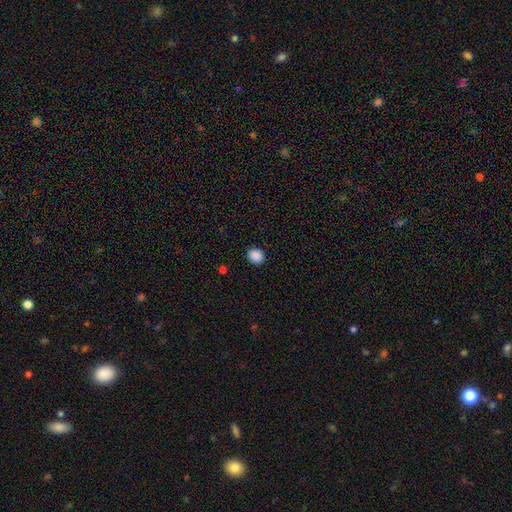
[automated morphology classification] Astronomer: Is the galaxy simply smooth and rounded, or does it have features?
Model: smooth — 89%.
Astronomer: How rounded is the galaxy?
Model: round — 73%.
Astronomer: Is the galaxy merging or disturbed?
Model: none — 91%.